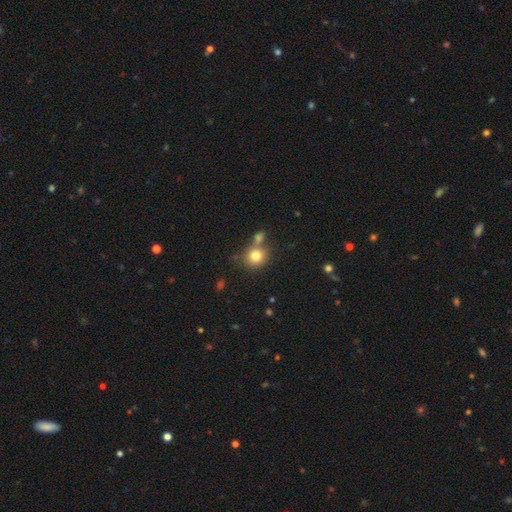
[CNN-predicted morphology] smooth-or-featured: smooth: 79% | star or artifact: 11% | featured or disk: 9%
  how-rounded: round: 82% | in between: 17% | cigar-shaped: 1%
  merging: none: 57% | merger: 28% | minor disturbance: 11% | major disturbance: 4%